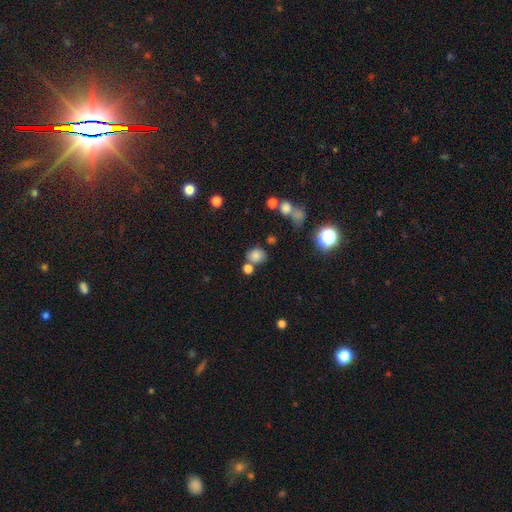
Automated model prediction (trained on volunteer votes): smooth_or_featured: smooth (p=0.77) [alt: star or artifact p=0.15]
how_rounded: round (p=0.71) [alt: in between p=0.27]
merging: none (p=0.62) [alt: merger p=0.20]